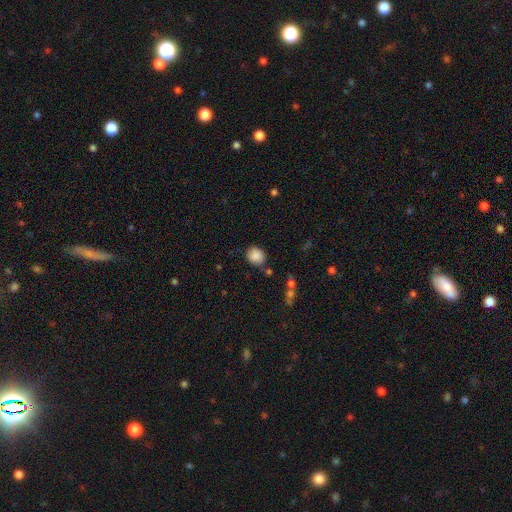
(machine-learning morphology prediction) type=smooth (87%); roundness=round (70%); merging=none (76%).